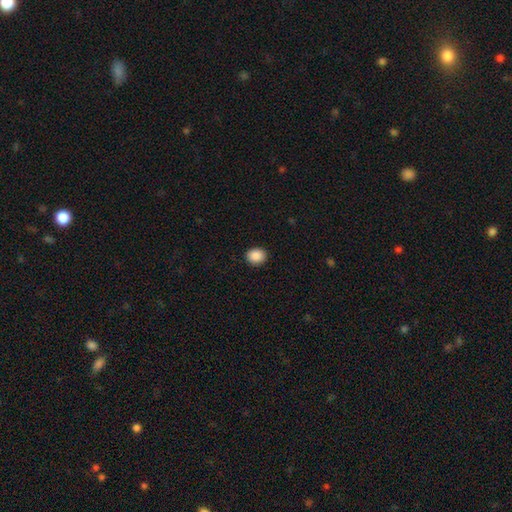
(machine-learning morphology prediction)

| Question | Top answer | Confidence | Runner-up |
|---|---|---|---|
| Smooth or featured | smooth | 89% | star or artifact (8%) |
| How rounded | round | 64% | in between (35%) |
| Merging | none | 91% | minor disturbance (7%) |